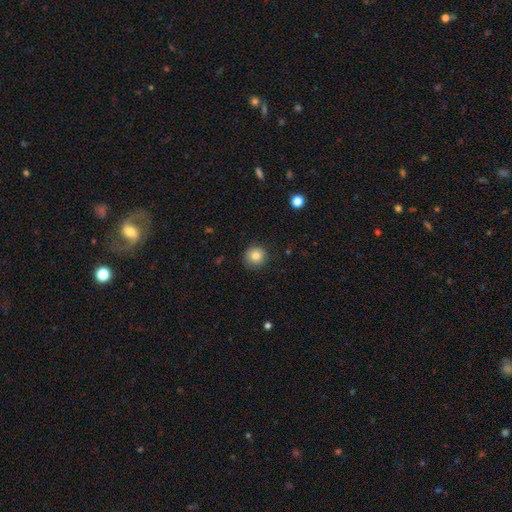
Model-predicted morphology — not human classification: The model was most divided on "smooth or featured": smooth: 82%, star or artifact: 10%, featured or disk: 8%. More confident: how rounded — round (92%); merging — none (86%).